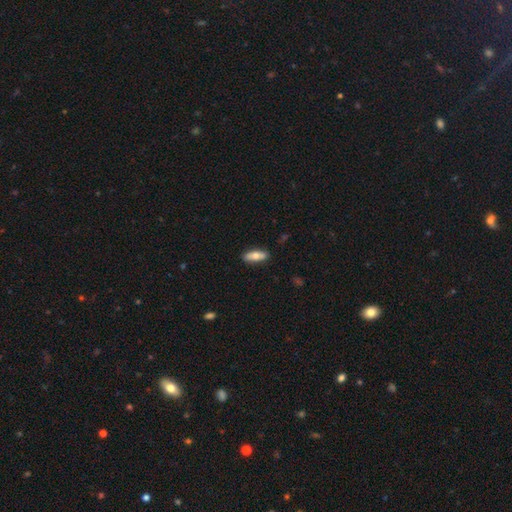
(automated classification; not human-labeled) Smooth or featured?
  - smooth: 71% *
  - featured or disk: 23%
  - star or artifact: 6%
How rounded?
  - in between: 65% *
  - cigar-shaped: 32%
  - round: 2%
Merging?
  - none: 87% *
  - minor disturbance: 10%
  - major disturbance: 2%
  - merger: 1%